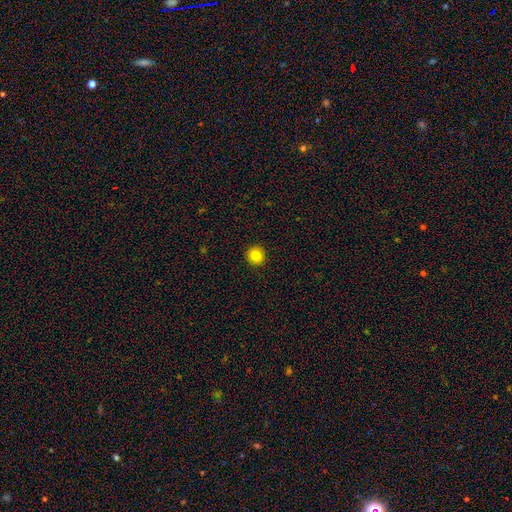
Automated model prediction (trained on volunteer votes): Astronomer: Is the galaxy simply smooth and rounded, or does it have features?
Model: smooth — 85%.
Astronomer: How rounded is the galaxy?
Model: round — 93%.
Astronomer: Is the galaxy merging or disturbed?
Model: none — 93%.